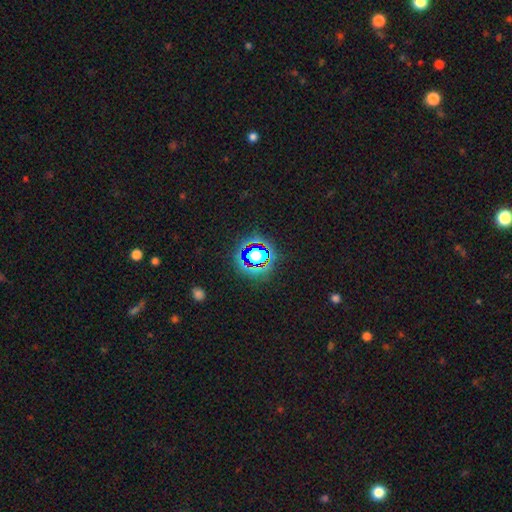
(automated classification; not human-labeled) Smooth or featured? Predicted: star or artifact (p=0.61).